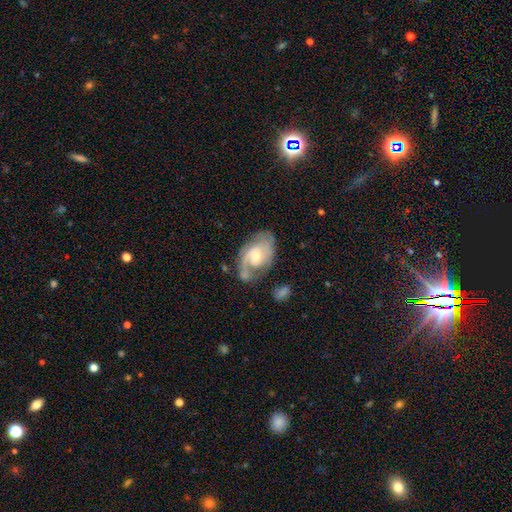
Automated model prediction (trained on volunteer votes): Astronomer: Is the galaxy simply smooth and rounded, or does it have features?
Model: featured or disk — 81%.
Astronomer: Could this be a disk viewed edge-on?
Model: no — 97%.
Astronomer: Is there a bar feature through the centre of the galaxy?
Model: no — 59% (runner-up: weak, 35%).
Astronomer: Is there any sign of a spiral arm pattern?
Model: yes — 93%.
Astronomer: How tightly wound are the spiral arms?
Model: medium — 43% (runner-up: tight, 42%).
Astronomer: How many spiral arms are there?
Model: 2 — 60%.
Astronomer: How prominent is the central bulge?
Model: small — 53% (runner-up: moderate, 41%).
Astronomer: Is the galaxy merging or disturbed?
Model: none — 59%.